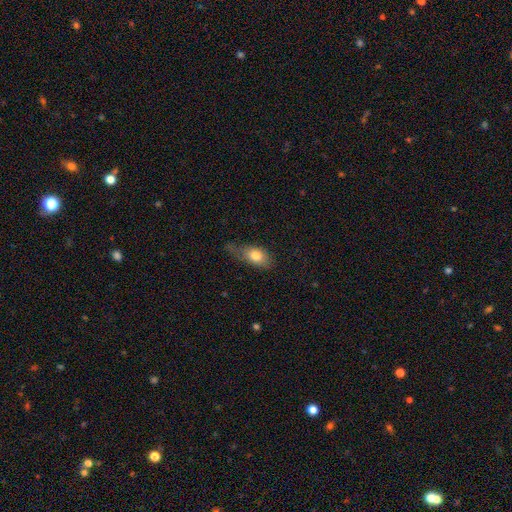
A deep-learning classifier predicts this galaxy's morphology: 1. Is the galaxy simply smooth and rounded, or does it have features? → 77% smooth, 15% featured or disk, 8% star or artifact.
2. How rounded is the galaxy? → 82% in between, 11% round, 7% cigar-shaped.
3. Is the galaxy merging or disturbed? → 44% none, 36% minor disturbance, 15% major disturbance, 4% merger.